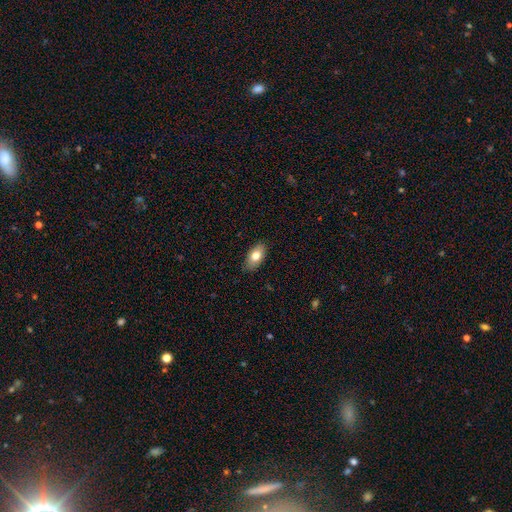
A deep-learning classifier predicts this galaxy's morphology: Smooth or featured?
  - smooth: 79% *
  - featured or disk: 14%
  - star or artifact: 7%
How rounded?
  - in between: 92% *
  - round: 5%
  - cigar-shaped: 3%
Merging?
  - none: 86% *
  - minor disturbance: 11%
  - major disturbance: 2%
  - merger: 1%